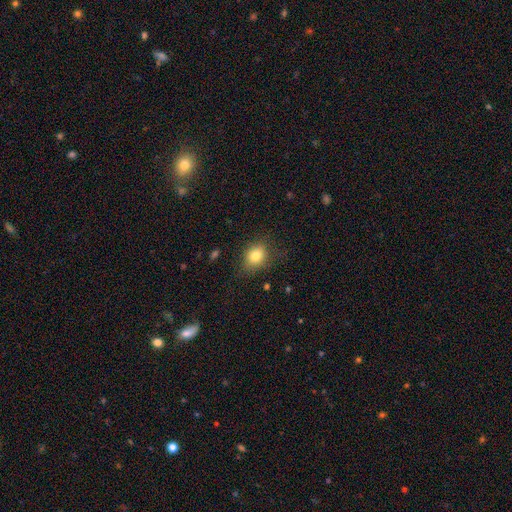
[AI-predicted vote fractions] This is clearly a smooth galaxy (80%). How rounded: possibly round (52%). Merging: likely none (76%).